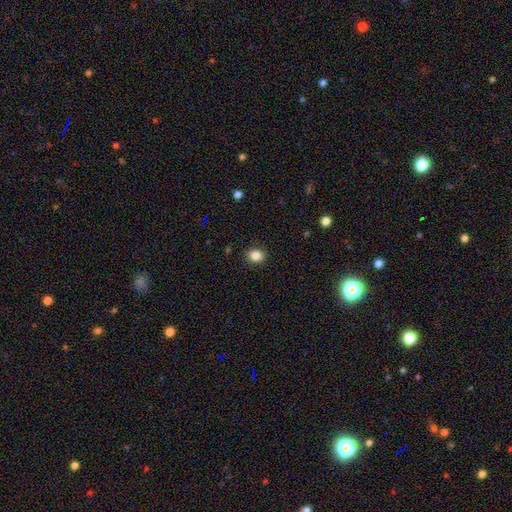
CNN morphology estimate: Smooth or featured?
  - smooth: 85% *
  - star or artifact: 10%
  - featured or disk: 5%
How rounded?
  - round: 60% *
  - in between: 40%
  - cigar-shaped: 1%
Merging?
  - none: 90% *
  - minor disturbance: 7%
  - major disturbance: 2%
  - merger: 1%